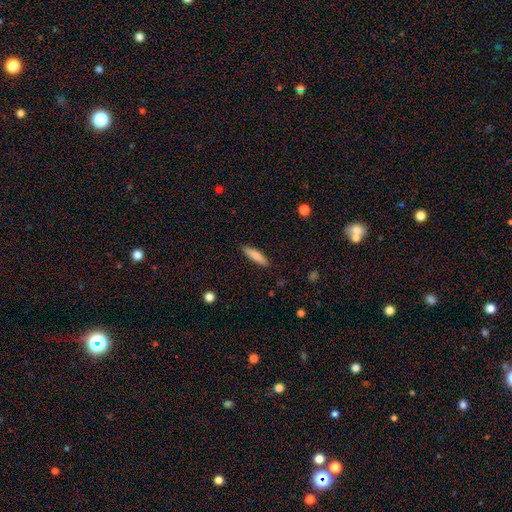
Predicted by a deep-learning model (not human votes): Q: Smooth or featured?
A: smooth (83%); runner-up: featured or disk (11%)
Q: How rounded?
A: cigar-shaped (76%); runner-up: in between (23%)
Q: Merging?
A: none (88%); runner-up: minor disturbance (9%)